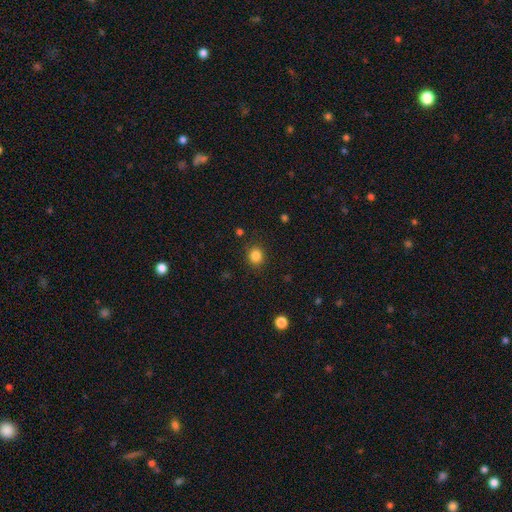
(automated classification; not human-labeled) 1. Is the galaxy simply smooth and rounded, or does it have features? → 84% smooth, 12% star or artifact, 4% featured or disk.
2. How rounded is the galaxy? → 81% round, 18% in between, 1% cigar-shaped.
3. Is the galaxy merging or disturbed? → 87% none, 9% minor disturbance, 3% major disturbance, 1% merger.